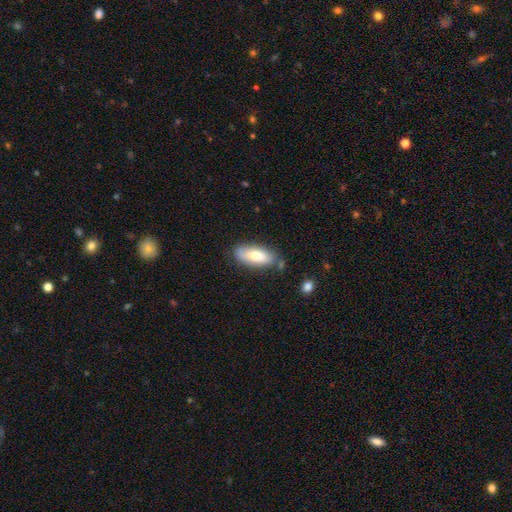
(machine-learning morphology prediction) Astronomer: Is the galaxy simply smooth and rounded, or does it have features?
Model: smooth — 73%.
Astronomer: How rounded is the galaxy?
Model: in between — 83%.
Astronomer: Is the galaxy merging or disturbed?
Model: none — 72%.